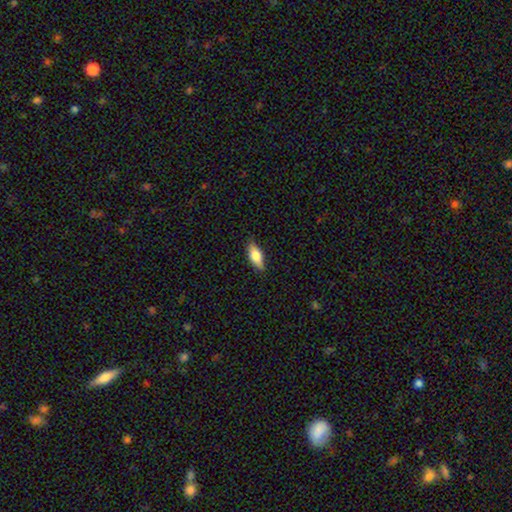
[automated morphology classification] smooth 72%, featured or disk 21%, star or artifact 6%. Down the decision tree: how rounded — in between (74%); merging — none (86%).